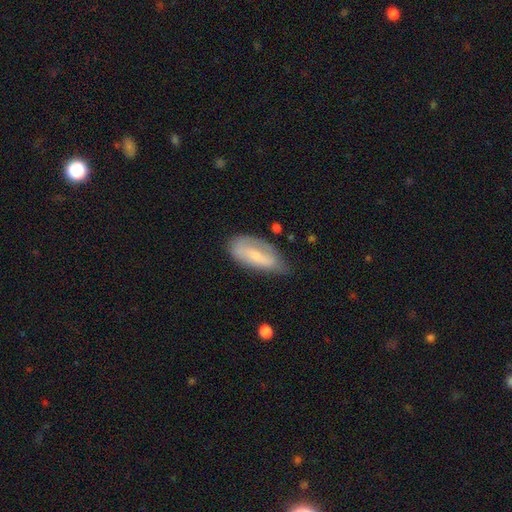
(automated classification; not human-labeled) Overall: smooth (59%; featured or disk 34%). How rounded: in between (81%). Merging: none (51%; minor disturbance 35%).